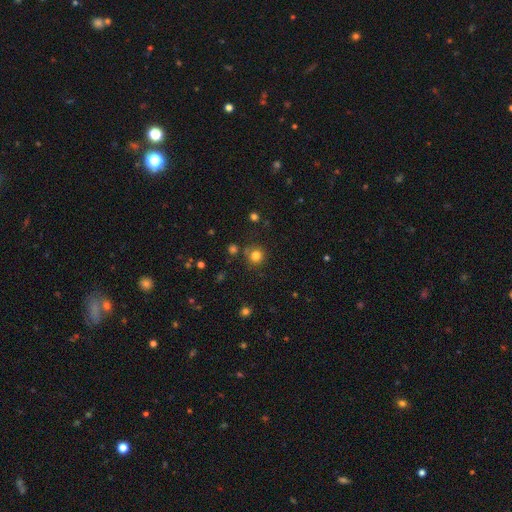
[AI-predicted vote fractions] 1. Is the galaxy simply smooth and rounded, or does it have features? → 79% smooth, 15% star or artifact, 6% featured or disk.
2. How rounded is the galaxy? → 93% round, 6% in between, 1% cigar-shaped.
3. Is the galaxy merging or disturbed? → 81% none, 9% minor disturbance, 7% merger, 3% major disturbance.